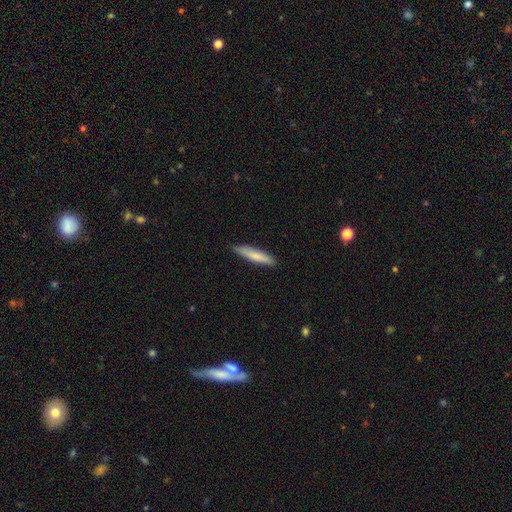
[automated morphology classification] This is likely a smooth galaxy (78%). How rounded: clearly cigar-shaped (85%). Merging: clearly none (85%).